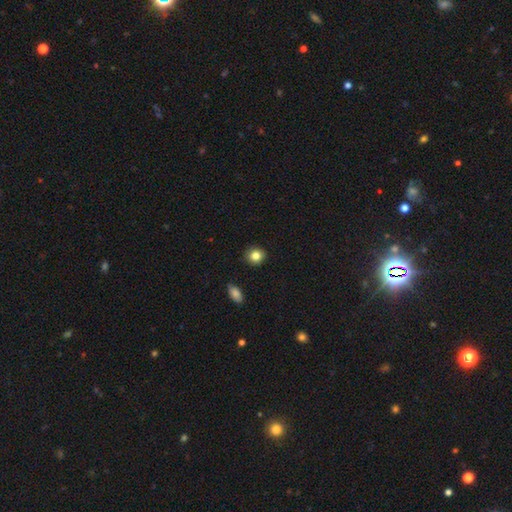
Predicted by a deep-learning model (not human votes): Smooth or featured?
  - smooth: 84% *
  - star or artifact: 10%
  - featured or disk: 7%
How rounded?
  - round: 83% *
  - in between: 16%
  - cigar-shaped: 1%
Merging?
  - none: 89% *
  - minor disturbance: 7%
  - major disturbance: 2%
  - merger: 1%